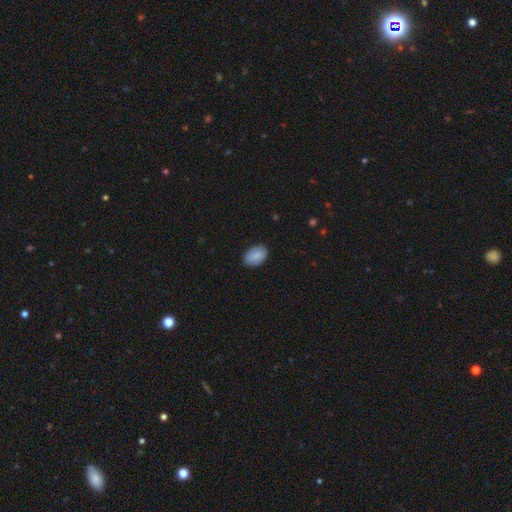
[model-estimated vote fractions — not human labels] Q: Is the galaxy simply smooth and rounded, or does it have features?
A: smooth — 88%.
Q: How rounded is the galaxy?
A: in between — 87%.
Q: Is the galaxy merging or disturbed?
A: none — 82%.